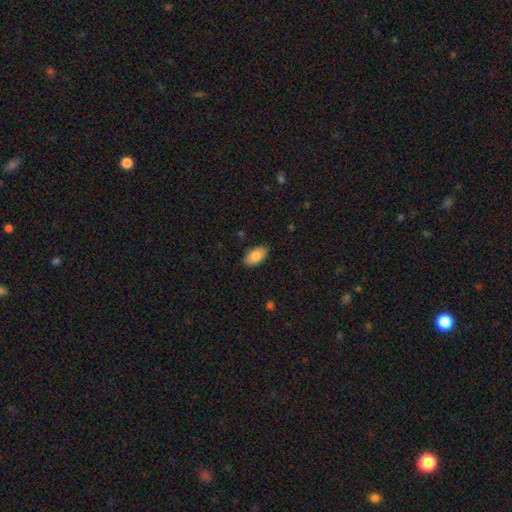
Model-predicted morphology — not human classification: smooth 85%, featured or disk 9%, star or artifact 7%. Down the decision tree: how rounded — in between (94%); merging — none (88%).